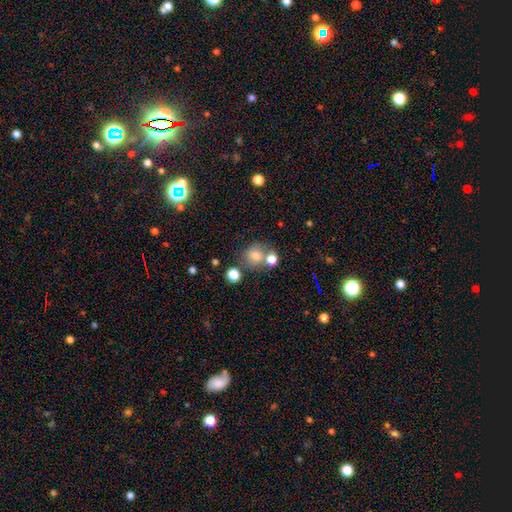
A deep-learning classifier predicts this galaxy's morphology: This is likely a smooth galaxy (72%). How rounded: clearly round (81%). Merging: possibly none (59%).